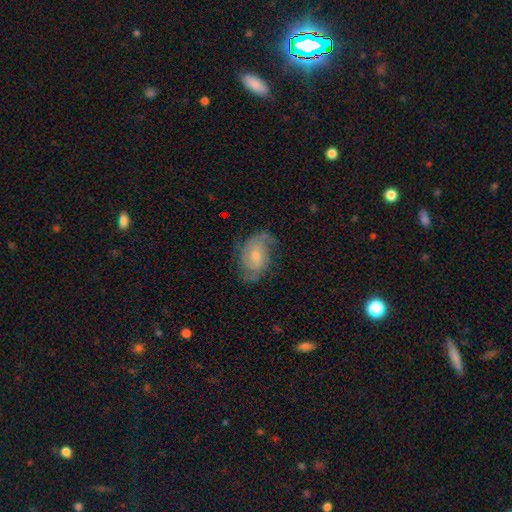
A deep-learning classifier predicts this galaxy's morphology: This appears to be a featured or disk galaxy (75%) with no bar (56%), 2 (69%) medium (46%) spiral arms (93%) and a small central bulge (48%). Merging: none (66%).